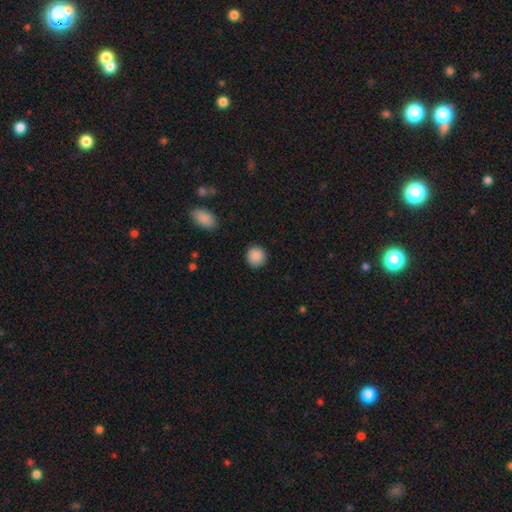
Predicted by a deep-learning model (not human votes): Smooth or featured? smooth (89%)
How rounded? round (92%)
Merging? none (90%)